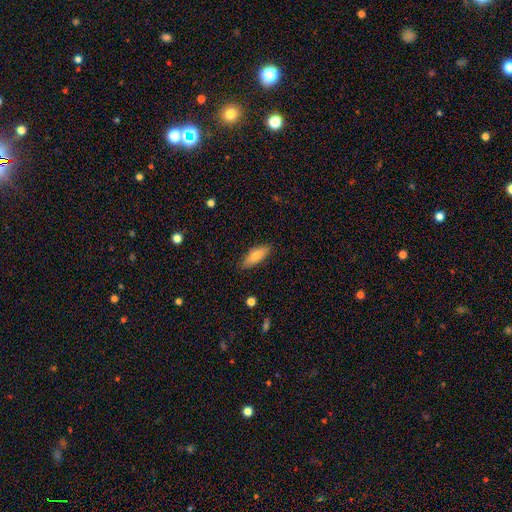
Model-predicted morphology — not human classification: Smooth or featured: smooth — 74% (featured or disk — 19%)
How rounded: in between — 64% (cigar-shaped — 34%)
Merging: none — 86% (minor disturbance — 11%)